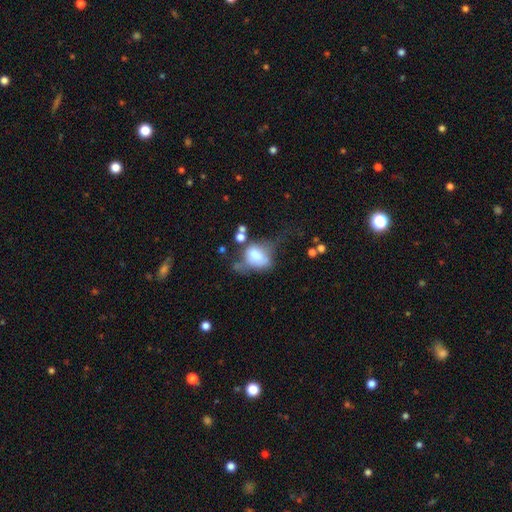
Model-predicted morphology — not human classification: A smooth galaxy with no disk features (63%) that is in between round and cigar-shaped (64%). Merging: major disturbance (37%).